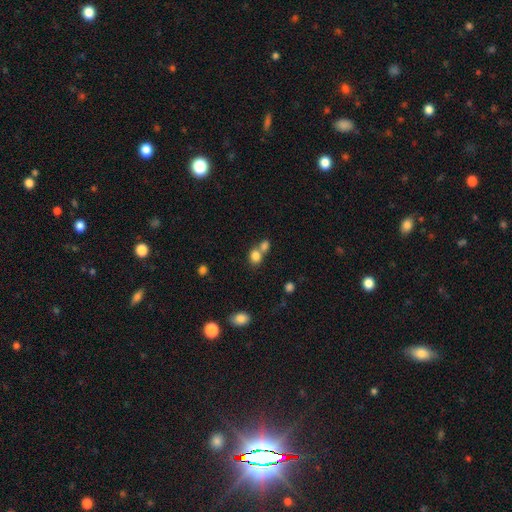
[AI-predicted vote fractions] Morphology: type=smooth (81%); roundness=round (58%); merging=merger (52%).